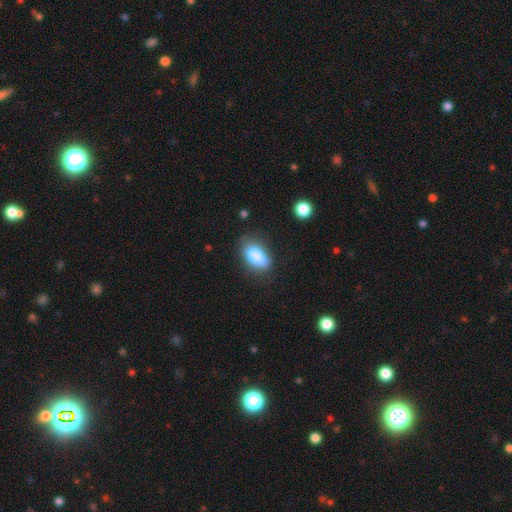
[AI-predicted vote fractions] The model was most divided on "merging": none: 57%, minor disturbance: 28%, major disturbance: 11%, merger: 4%. More confident: how rounded — in between (86%); smooth or featured — smooth (81%).